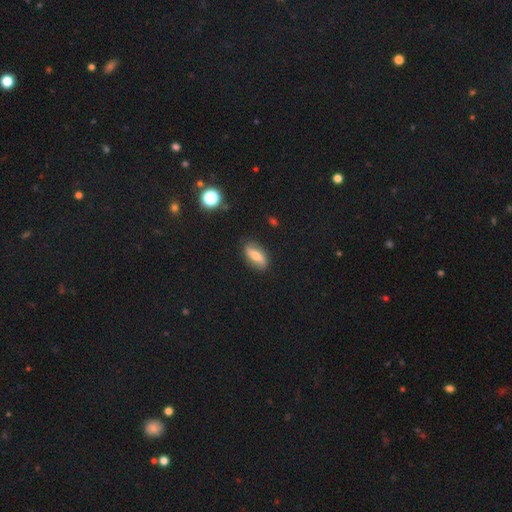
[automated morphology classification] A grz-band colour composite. It shows a smooth galaxy with no disk features (48%). Merging: none (83%).